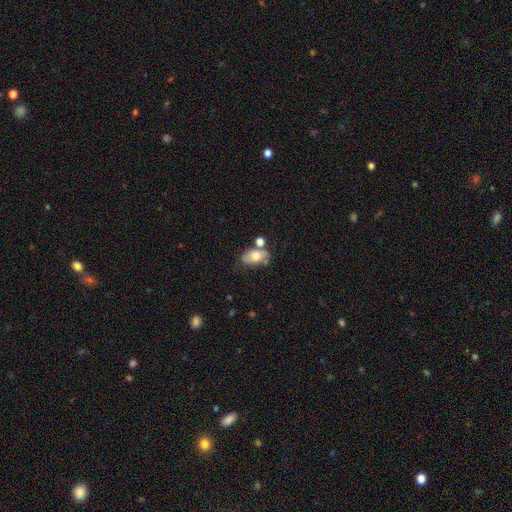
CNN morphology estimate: Overall: smooth (66%). How rounded: in between (88%). Merging: none (45%; minor disturbance 23%).